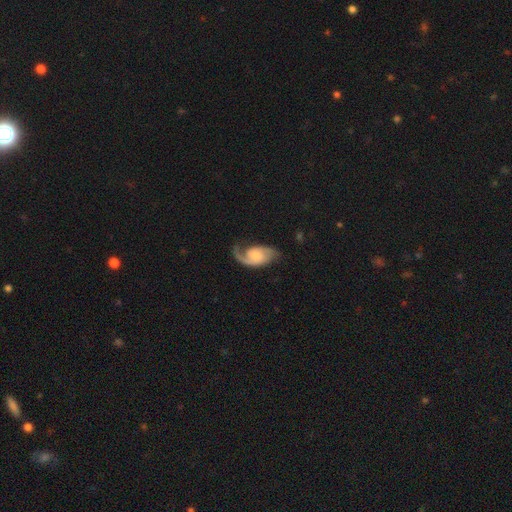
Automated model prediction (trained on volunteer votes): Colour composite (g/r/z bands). It shows a featured or disk galaxy (82%) with no bar (66%), 2 (61%) medium (43%) spiral arms (96%) and a small central bulge (38%). Merging: none (60%).